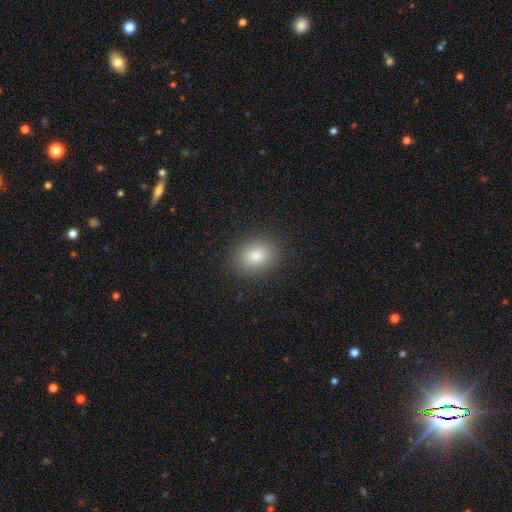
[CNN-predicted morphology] This appears to be a smooth galaxy with no disk features (82%) that is in between round and cigar-shaped (54%). Merging: none (89%).